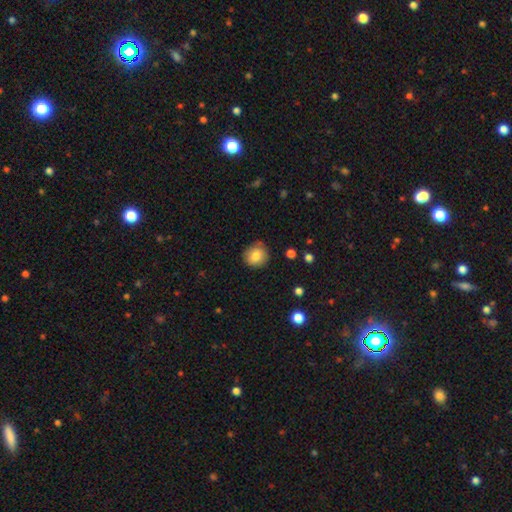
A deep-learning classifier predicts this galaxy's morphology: smooth-or-featured: smooth: 82% | featured or disk: 10% | star or artifact: 8%
  how-rounded: round: 87% | in between: 12% | cigar-shaped: 1%
  merging: none: 79% | minor disturbance: 17% | major disturbance: 3% | merger: 1%